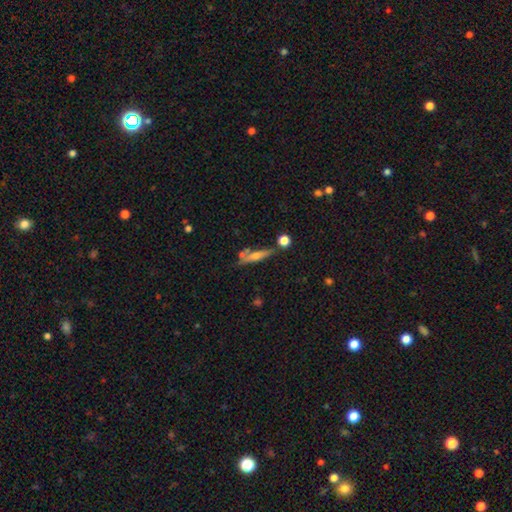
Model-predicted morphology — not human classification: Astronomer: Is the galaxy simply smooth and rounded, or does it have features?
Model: featured or disk — 50% (runner-up: smooth, 41%).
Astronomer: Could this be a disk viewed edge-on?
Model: yes — 88%.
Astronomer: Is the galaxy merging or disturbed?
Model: none — 66%.